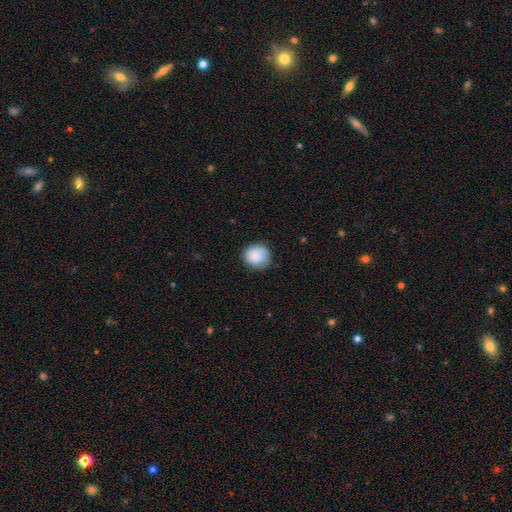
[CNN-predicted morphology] Overall: smooth (83%). How rounded: round (90%). Merging: none (81%).